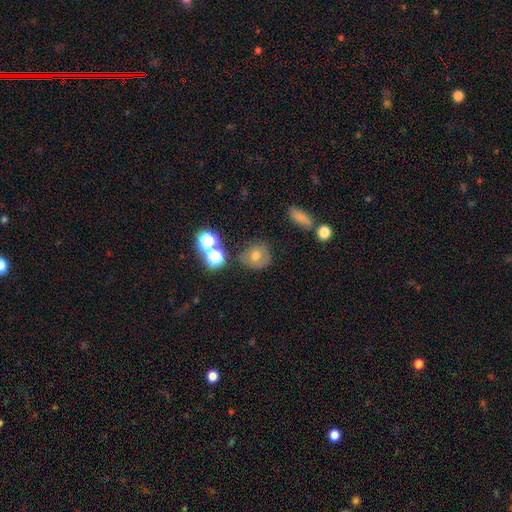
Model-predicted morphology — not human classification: Q: Smooth or featured?
A: smooth (63%); runner-up: featured or disk (19%)
Q: How rounded?
A: round (76%); runner-up: in between (23%)
Q: Merging?
A: none (72%); runner-up: minor disturbance (15%)